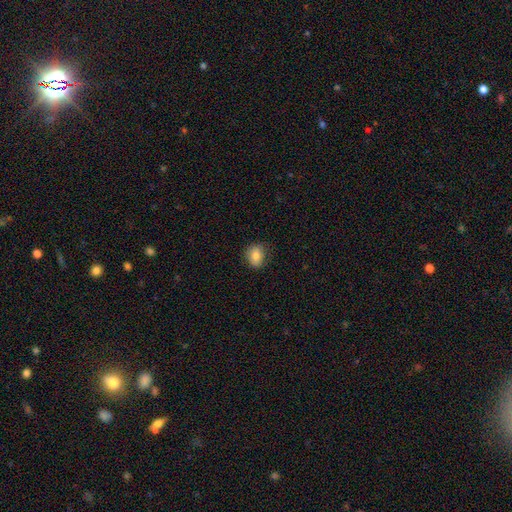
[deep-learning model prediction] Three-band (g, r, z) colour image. It shows a smooth galaxy with no disk features (79%) that is round (52%). Merging: none (79%).